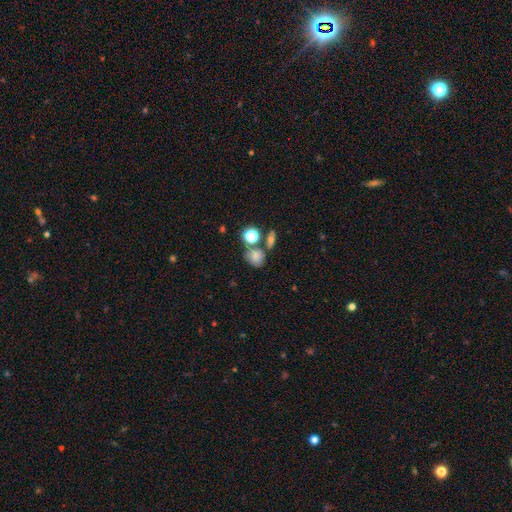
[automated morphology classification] Smooth or featured: smooth — 75% (star or artifact — 14%)
How rounded: round — 68% (in between — 31%)
Merging: none — 54% (merger — 26%)